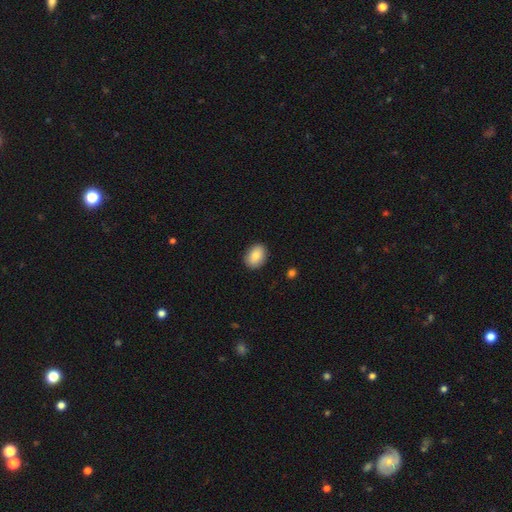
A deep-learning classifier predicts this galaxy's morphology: smooth_or_featured: smooth (p=0.84) [alt: featured or disk p=0.08]
how_rounded: in between (p=0.70) [alt: round p=0.29]
merging: none (p=0.89) [alt: minor disturbance p=0.08]